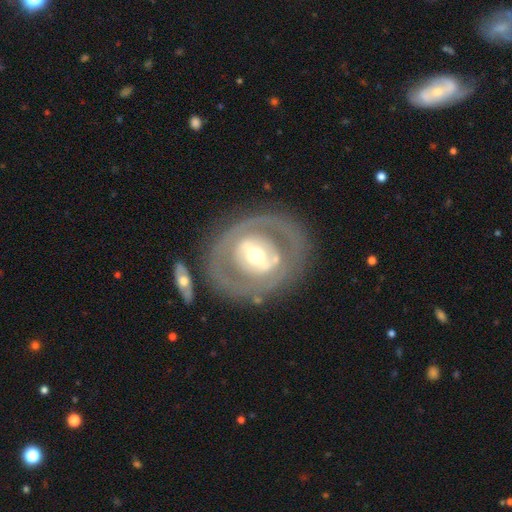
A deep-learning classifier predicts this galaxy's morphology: The model was most divided on "bar": strong: 41%, weak: 31%, no: 28%. More confident: edge-on disk — no (92%); spiral arms — no (77%); merging — none (76%); smooth or featured — featured or disk (71%); bulge size — moderate (66%).